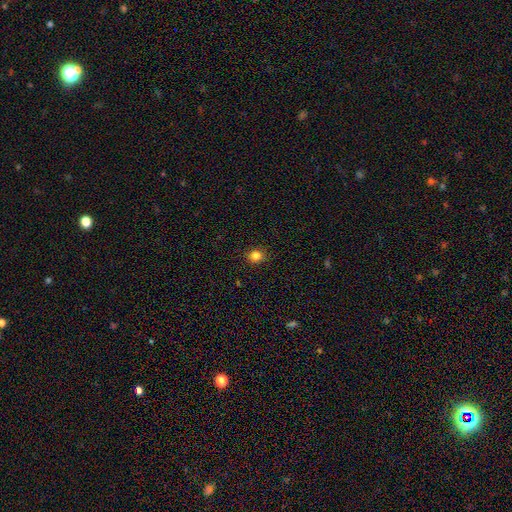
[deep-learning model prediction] The model was most divided on "how rounded": round: 83%, in between: 16%, cigar-shaped: 1%. More confident: merging — none (91%); smooth or featured — smooth (83%).